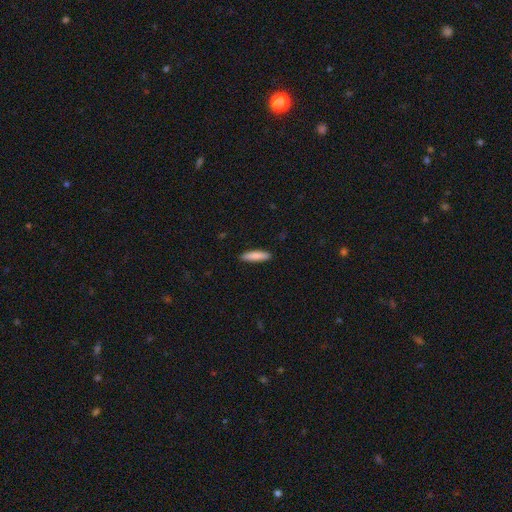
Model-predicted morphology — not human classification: The model was most divided on "how rounded": cigar-shaped: 74%, in between: 25%, round: 1%. More confident: merging — none (90%); smooth or featured — smooth (86%).